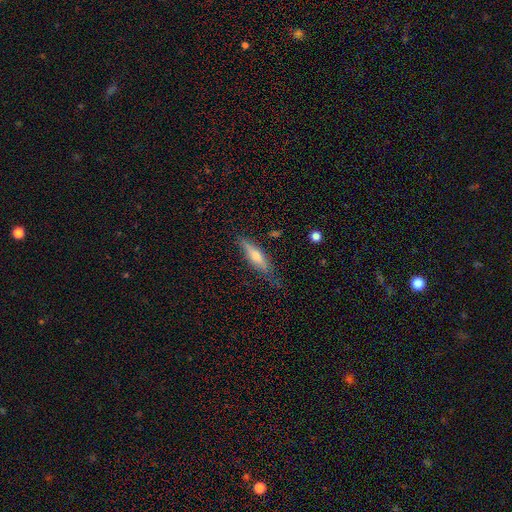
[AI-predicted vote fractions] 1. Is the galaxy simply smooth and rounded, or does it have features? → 50% featured or disk, 41% smooth, 9% star or artifact.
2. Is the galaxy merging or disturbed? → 76% none, 19% minor disturbance, 4% major disturbance, 2% merger.